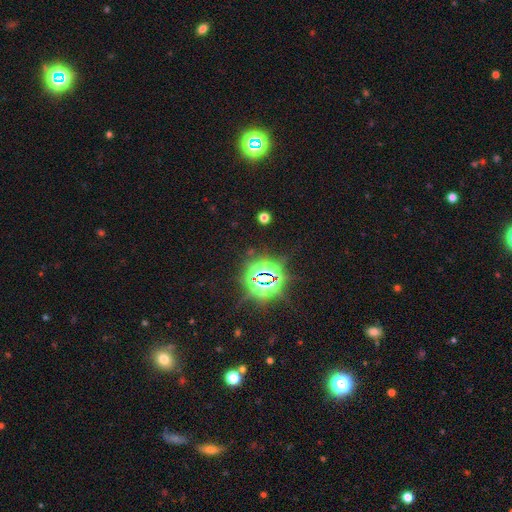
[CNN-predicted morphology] smooth_or_featured: star or artifact (p=0.81) [alt: smooth p=0.13]